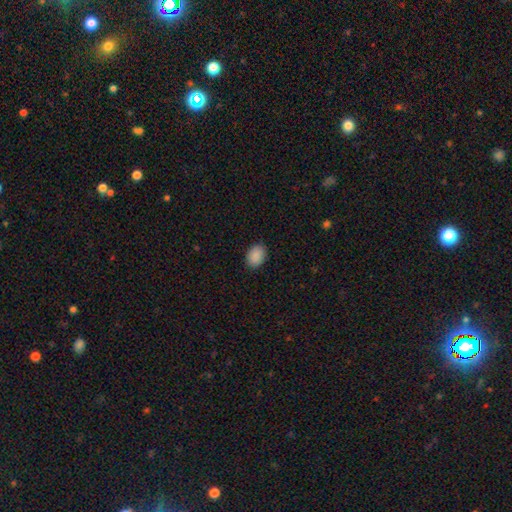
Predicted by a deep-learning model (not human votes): This appears to be a smooth galaxy with no disk features (90%) that is in between round and cigar-shaped (72%). Merging: none (89%).